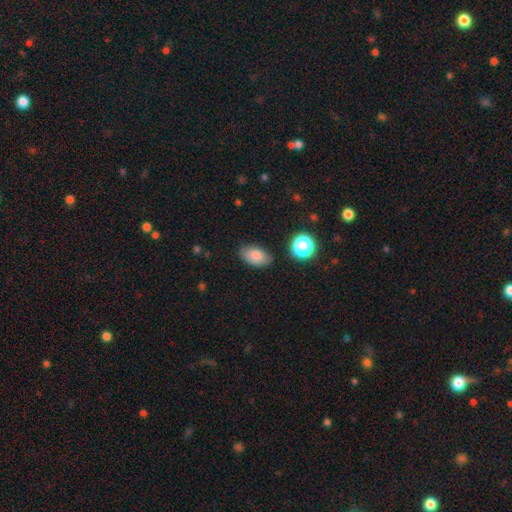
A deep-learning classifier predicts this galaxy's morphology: smooth 81%, star or artifact 10%, featured or disk 9%. Down the decision tree: how rounded — in between (90%); merging — none (79%).